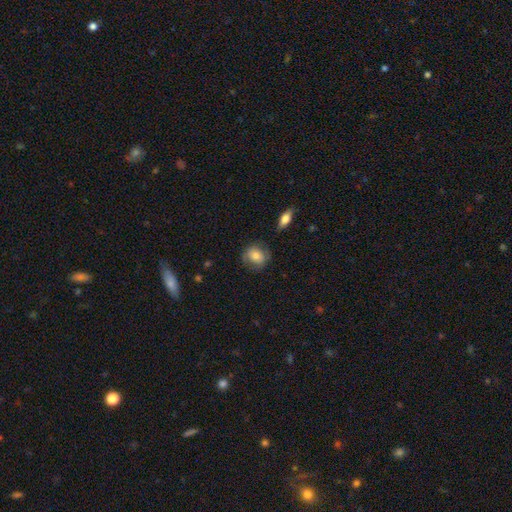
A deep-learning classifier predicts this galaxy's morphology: Q: Smooth or featured?
A: smooth (75%); runner-up: featured or disk (18%)
Q: How rounded?
A: round (69%); runner-up: in between (30%)
Q: Merging?
A: none (75%); runner-up: minor disturbance (18%)